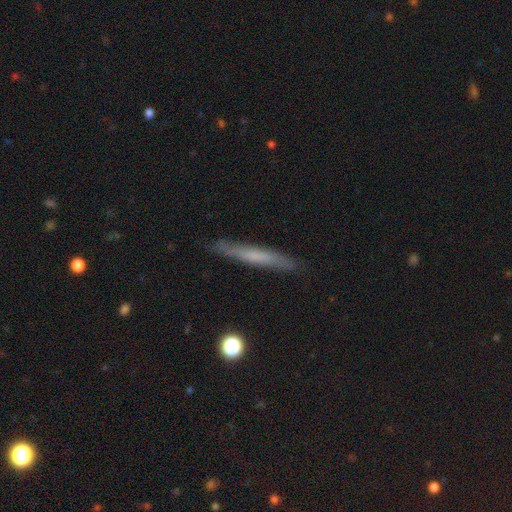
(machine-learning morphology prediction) This is possibly a smooth galaxy (50%). How rounded: clearly cigar-shaped (95%). Merging: clearly none (86%).